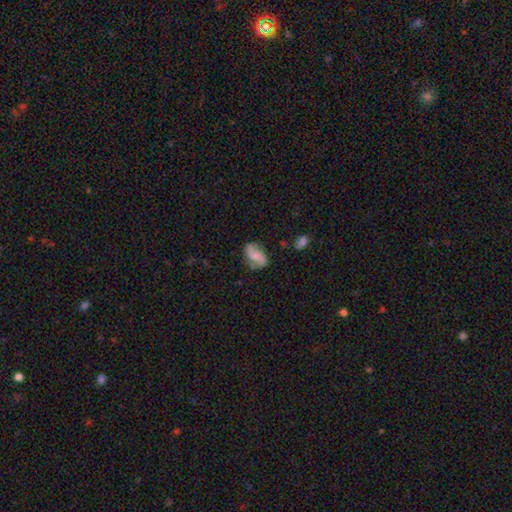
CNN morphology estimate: Smooth or featured?
  - featured or disk: 68% *
  - smooth: 26%
  - star or artifact: 7%
Edge-on disk?
  - no: 97% *
  - yes: 3%
Bar?
  - no: 54% *
  - weak: 34%
  - strong: 12%
Spiral arms?
  - yes: 92% *
  - no: 8%
Spiral winding?
  - loose: 60% *
  - medium: 29%
  - tight: 11%
Spiral arm count?
  - 2: 91% *
  - can't tell: 4%
  - 1: 2%
  - 3: 1%
  - 4: 1%
  - more than 4: 1%
Bulge size?
  - small: 47% *
  - moderate: 34%
  - none: 14%
  - large: 3%
  - dominant: 1%
Merging?
  - none: 73% *
  - minor disturbance: 19%
  - major disturbance: 6%
  - merger: 3%